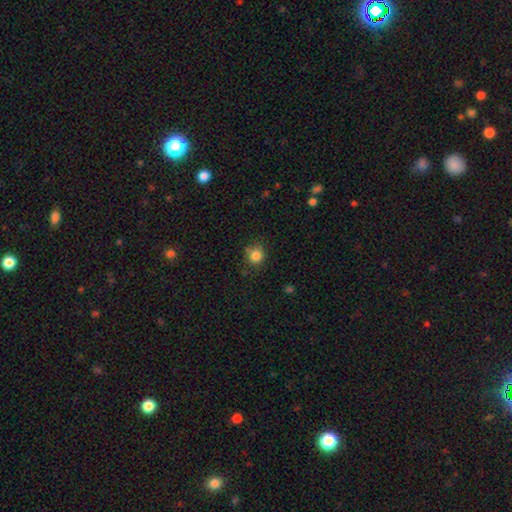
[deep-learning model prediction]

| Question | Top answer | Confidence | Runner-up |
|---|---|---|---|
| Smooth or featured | smooth | 84% | star or artifact (11%) |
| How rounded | round | 84% | in between (15%) |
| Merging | none | 77% | minor disturbance (17%) |